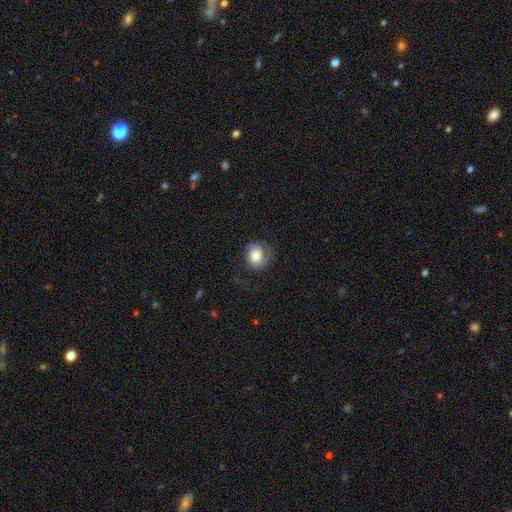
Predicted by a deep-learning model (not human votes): Smooth or featured? Predicted: smooth (p=0.63). How rounded? Predicted: round (p=0.73). Merging? Predicted: none (p=0.60).